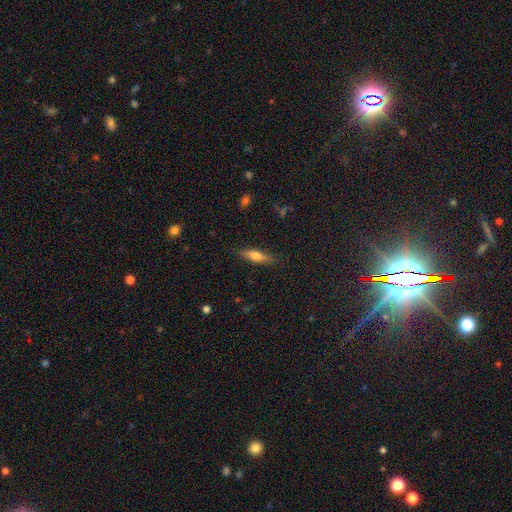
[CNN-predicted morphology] Smooth or featured?
  - smooth: 64% *
  - featured or disk: 29%
  - star or artifact: 7%
How rounded?
  - cigar-shaped: 58% *
  - in between: 40%
  - round: 3%
Merging?
  - none: 84% *
  - minor disturbance: 12%
  - major disturbance: 3%
  - merger: 1%